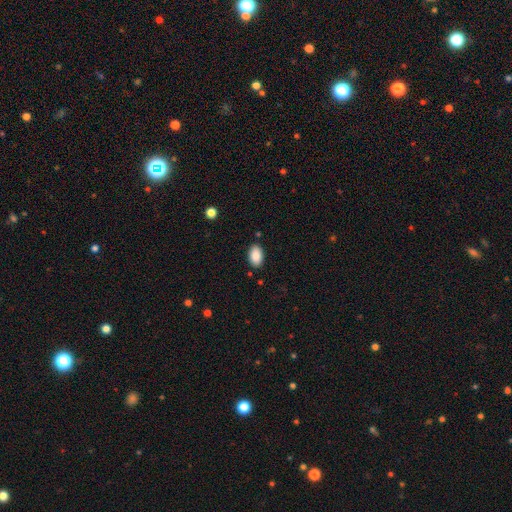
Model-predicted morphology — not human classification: type=smooth (88%); roundness=in between (93%); merging=none (87%).